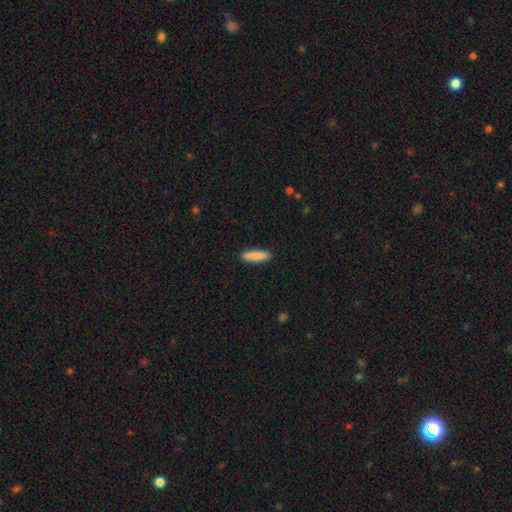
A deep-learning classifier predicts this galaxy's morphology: This is clearly a smooth galaxy (87%). How rounded: likely cigar-shaped (76%). Merging: clearly none (91%).